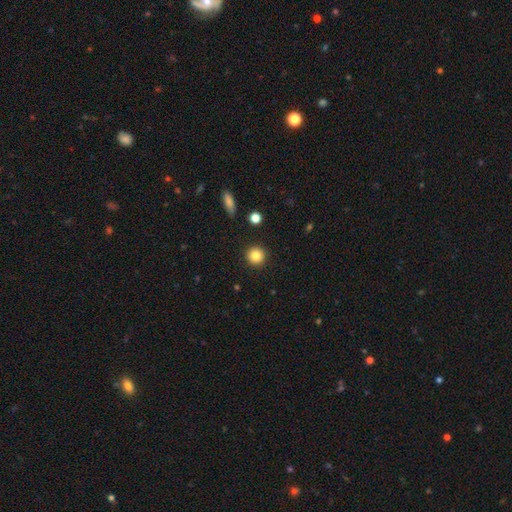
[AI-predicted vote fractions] Overall: smooth (84%). How rounded: round (95%). Merging: none (92%).